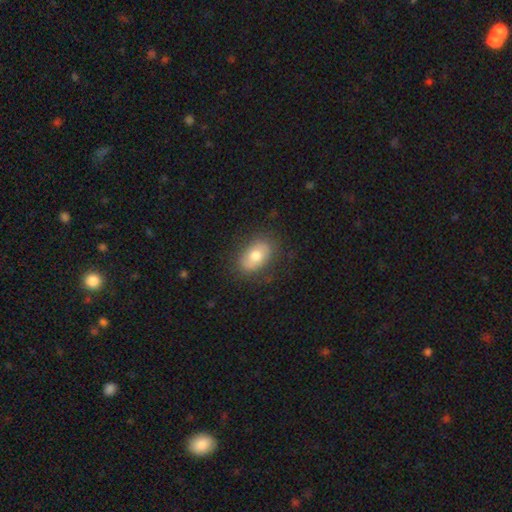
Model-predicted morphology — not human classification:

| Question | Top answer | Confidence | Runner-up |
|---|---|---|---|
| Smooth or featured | smooth | 69% | featured or disk (24%) |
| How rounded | in between | 85% | round (13%) |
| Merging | none | 80% | minor disturbance (14%) |